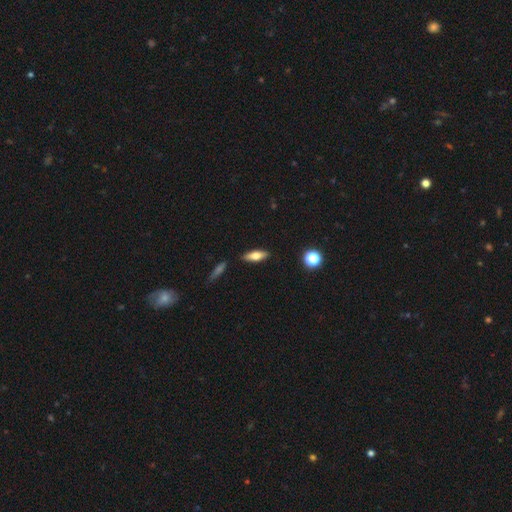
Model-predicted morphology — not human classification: The model was most divided on "how rounded": in between: 57%, cigar-shaped: 40%, round: 4%. More confident: merging — none (86%); smooth or featured — smooth (62%).